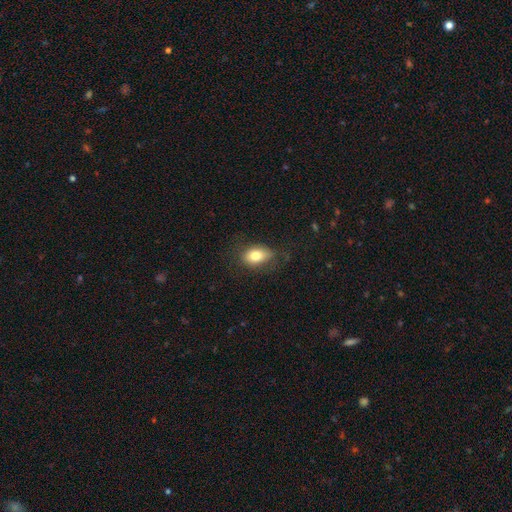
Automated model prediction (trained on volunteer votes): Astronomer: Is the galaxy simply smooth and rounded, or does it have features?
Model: smooth — 78%.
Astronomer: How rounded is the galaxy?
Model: in between — 84%.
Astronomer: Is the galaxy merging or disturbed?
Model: none — 71%.